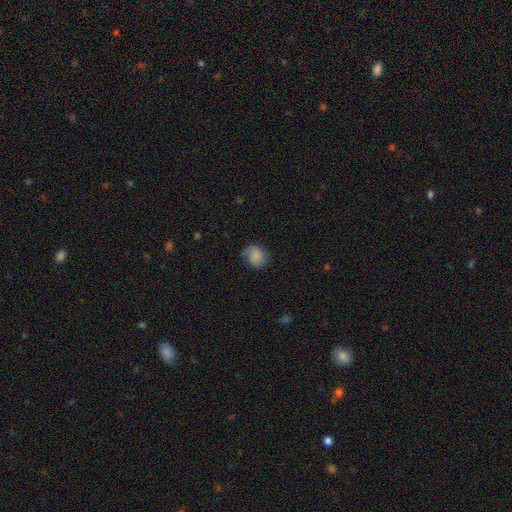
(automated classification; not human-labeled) Smooth or featured: smooth — 62% (featured or disk — 29%)
How rounded: round — 64% (in between — 35%)
Merging: none — 57% (minor disturbance — 26%)